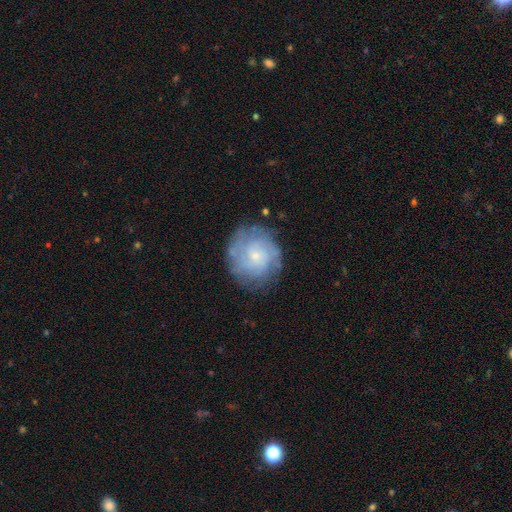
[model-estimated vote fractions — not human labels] This is likely a featured or disk galaxy (67%). It is clearly not viewed edge-on (98%). Bar: likely no (74%). Spiral arm pattern: clearly yes (87%). Spiral arm count: possibly can't tell (48%). Spiral winding: likely tight (64%). Central bulge: likely small (73%). Merging: likely none (77%).